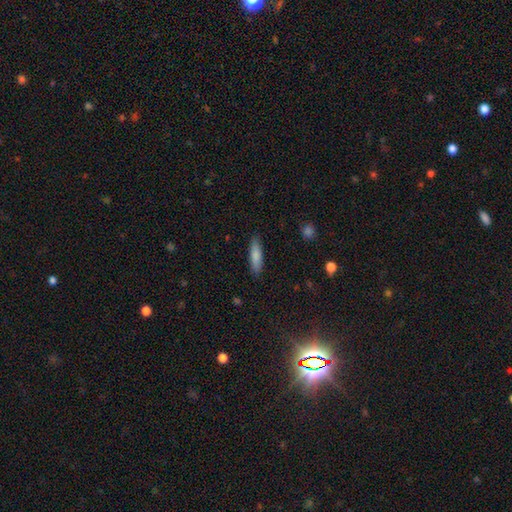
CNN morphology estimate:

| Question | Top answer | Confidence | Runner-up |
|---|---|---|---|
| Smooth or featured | smooth | 84% | featured or disk (10%) |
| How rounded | cigar-shaped | 64% | in between (34%) |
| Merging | none | 89% | minor disturbance (8%) |